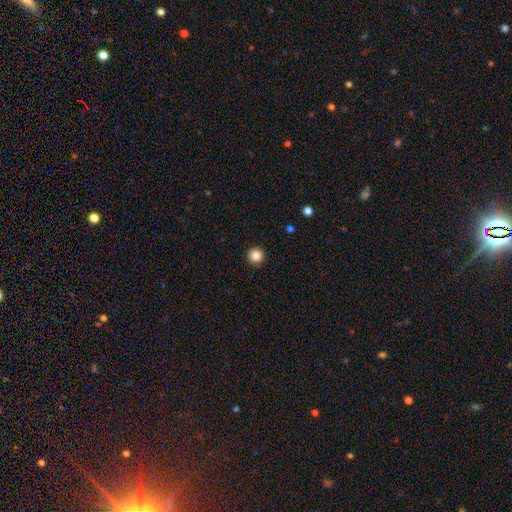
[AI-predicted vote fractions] Smooth or featured? Predicted: smooth (p=0.85). How rounded? Predicted: round (p=0.96). Merging? Predicted: none (p=0.93).